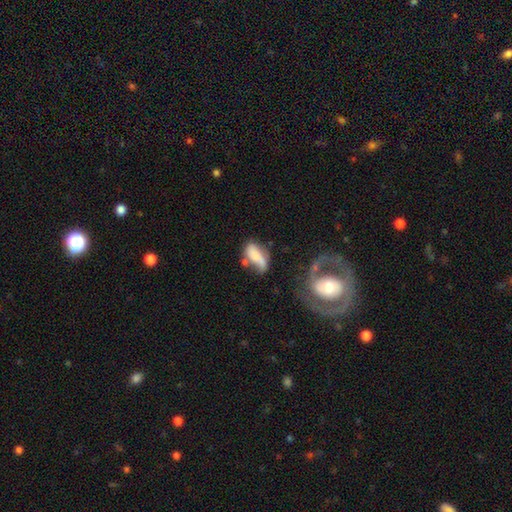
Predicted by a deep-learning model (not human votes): A smooth galaxy with no disk features (65%) that is in between round and cigar-shaped (79%).

Vote fractions:
- Smooth or featured? smooth: 65% / featured or disk: 27% / star or artifact: 8%
- How rounded? in between: 79% / cigar-shaped: 17% / round: 4%
- Merging? none: 33% / minor disturbance: 26% / major disturbance: 21% / merger: 20%